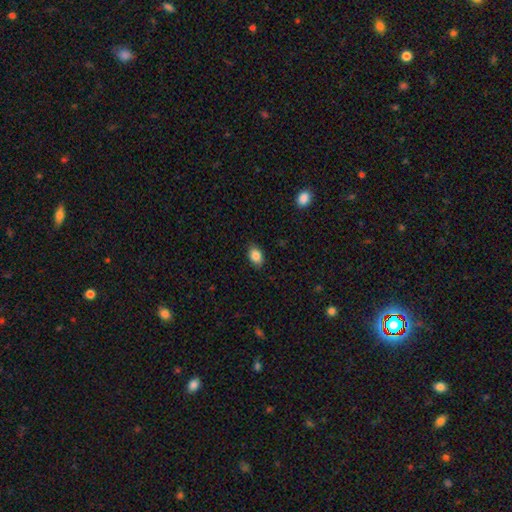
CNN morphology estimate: The model was most divided on "how rounded": in between: 82%, round: 17%, cigar-shaped: 1%. More confident: smooth or featured — smooth (86%); merging — none (86%).